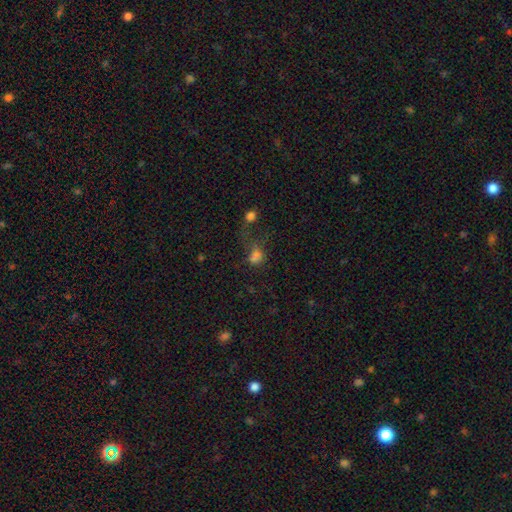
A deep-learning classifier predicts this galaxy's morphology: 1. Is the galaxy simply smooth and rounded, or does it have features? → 69% smooth, 19% star or artifact, 11% featured or disk.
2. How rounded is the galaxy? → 54% in between, 43% round, 2% cigar-shaped.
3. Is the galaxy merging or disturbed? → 29% merger, 28% none, 27% major disturbance, 16% minor disturbance.